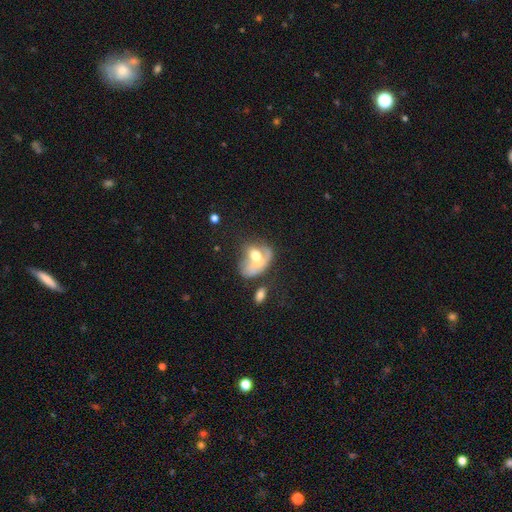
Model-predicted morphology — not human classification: A featured or disk galaxy (47%).

Vote fractions:
- Smooth or featured? featured or disk: 47% / smooth: 43% / star or artifact: 9%
- Merging? merger: 33% / major disturbance: 32% / none: 19% / minor disturbance: 16%